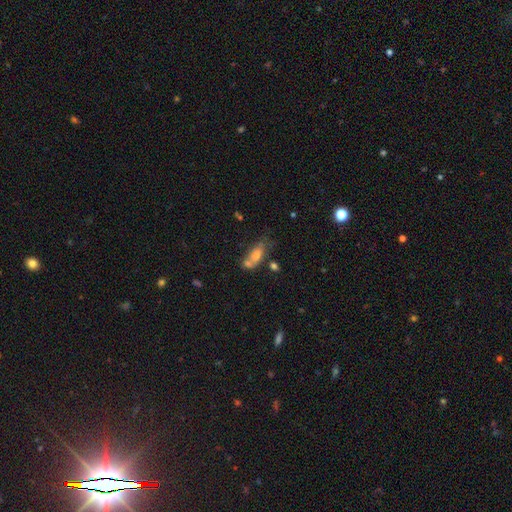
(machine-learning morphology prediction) Smooth or featured?
  - smooth: 60% *
  - featured or disk: 28%
  - star or artifact: 11%
How rounded?
  - in between: 74% *
  - cigar-shaped: 18%
  - round: 8%
Merging?
  - merger: 40% *
  - none: 35%
  - minor disturbance: 17%
  - major disturbance: 9%